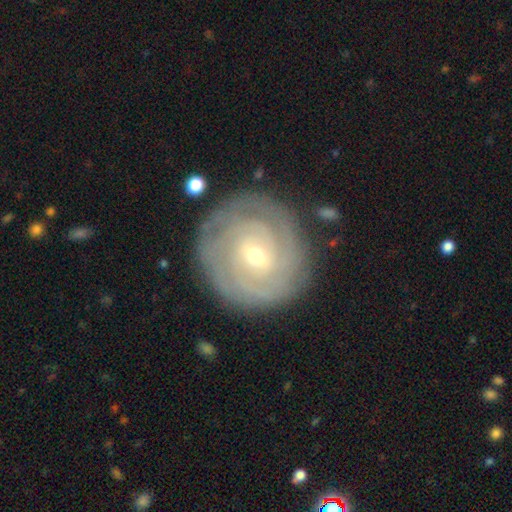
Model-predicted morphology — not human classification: type=featured or disk (85%); edge-on=no (97%); bar=weak (45%); spiral arms=yes (96%); winding=tight (85%); arm count=can't tell (32%); bulge=small (52%); merging=none (84%).